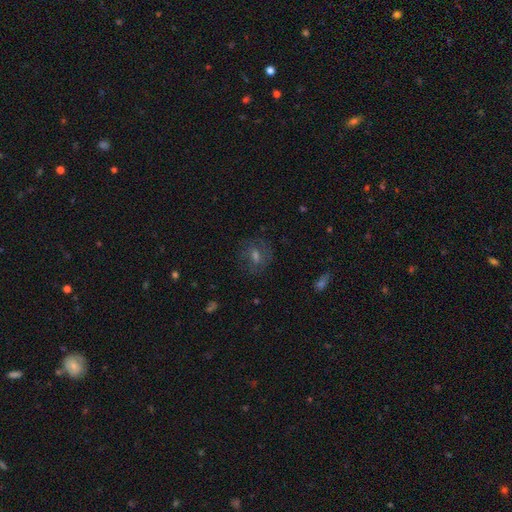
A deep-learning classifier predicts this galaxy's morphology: This appears to be a featured or disk galaxy (45%). Merging: none (77%).